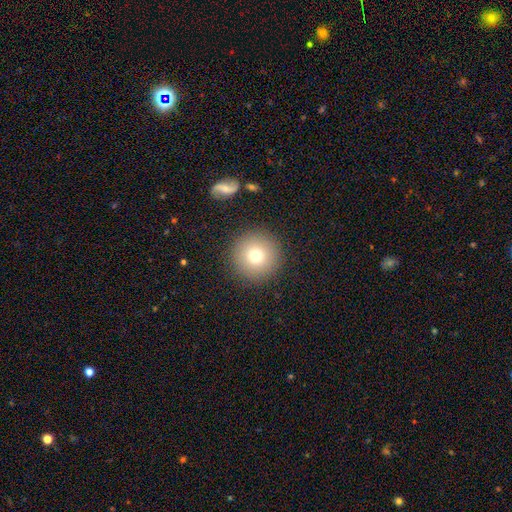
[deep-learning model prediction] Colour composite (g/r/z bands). It shows a smooth galaxy with no disk features (75%) that is round (97%). Merging: none (91%).